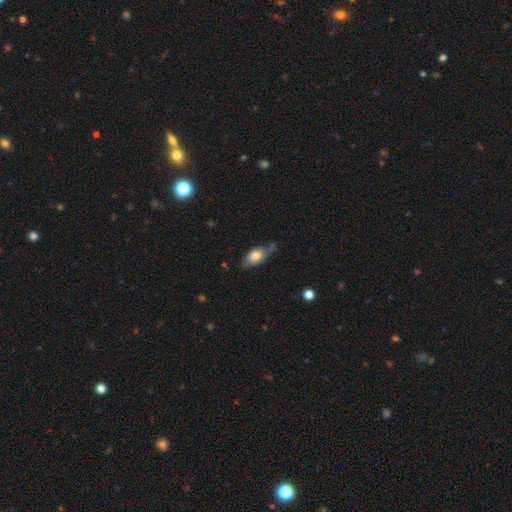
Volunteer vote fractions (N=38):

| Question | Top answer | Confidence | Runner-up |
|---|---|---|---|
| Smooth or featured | smooth | 84% | featured or disk (16%) |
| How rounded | in between | 88% | round (9%) |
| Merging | minor disturbance | 42% | none (37%) |